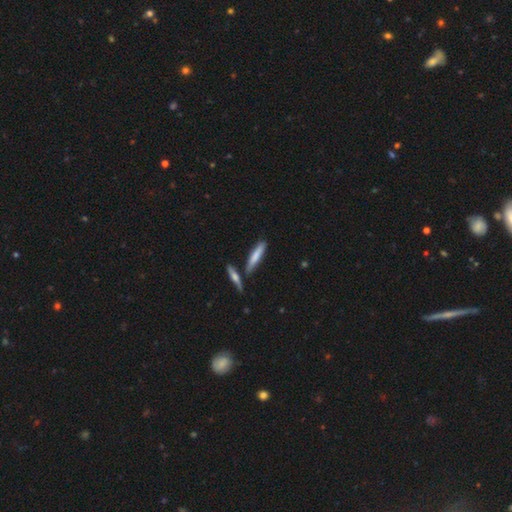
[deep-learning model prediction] A smooth galaxy with no disk features (72%) that is cigar-shaped (85%).

Vote fractions:
- Smooth or featured? smooth: 72% / featured or disk: 22% / star or artifact: 6%
- How rounded? cigar-shaped: 85% / in between: 13% / round: 2%
- Merging? none: 73% / minor disturbance: 12% / merger: 12% / major disturbance: 3%